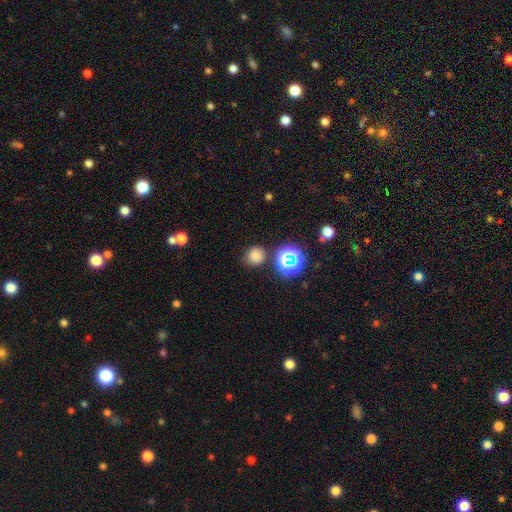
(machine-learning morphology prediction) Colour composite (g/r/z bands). It shows a smooth galaxy with no disk features (75%) that is round (87%). Merging: none (81%).